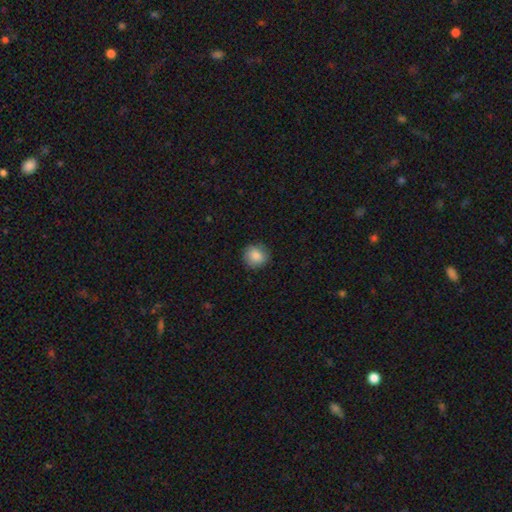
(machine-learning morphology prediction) A smooth galaxy with no disk features (85%) that is round (90%).

Vote fractions:
- Smooth or featured? smooth: 85% / star or artifact: 8% / featured or disk: 7%
- How rounded? round: 90% / in between: 9% / cigar-shaped: 1%
- Merging? none: 86% / minor disturbance: 11% / major disturbance: 2% / merger: 1%